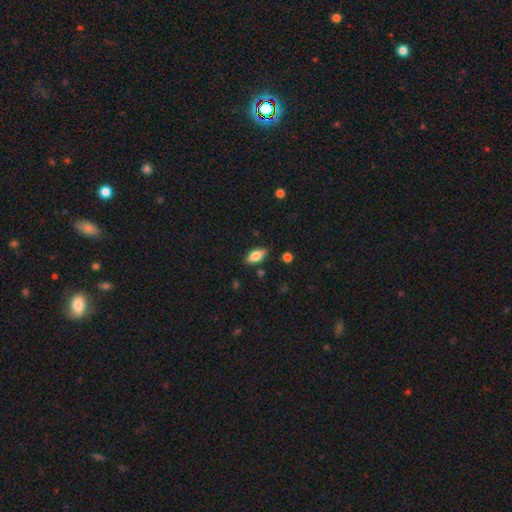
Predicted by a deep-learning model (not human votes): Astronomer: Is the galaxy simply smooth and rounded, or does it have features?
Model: smooth — 75%.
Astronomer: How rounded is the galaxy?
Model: in between — 86%.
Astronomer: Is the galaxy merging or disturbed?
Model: none — 85%.